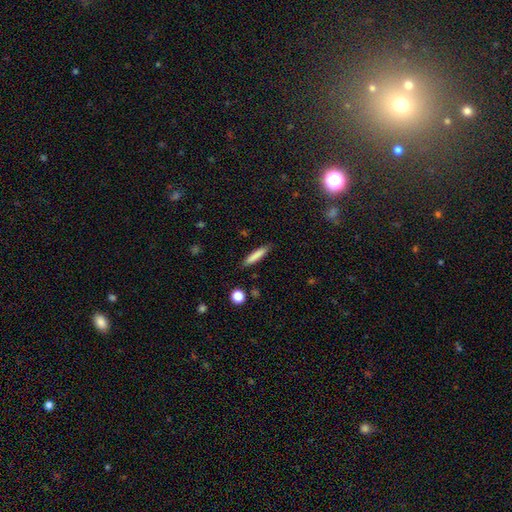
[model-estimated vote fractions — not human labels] Q: Smooth or featured?
A: smooth (81%); runner-up: featured or disk (12%)
Q: How rounded?
A: cigar-shaped (89%); runner-up: in between (10%)
Q: Merging?
A: none (87%); runner-up: minor disturbance (9%)